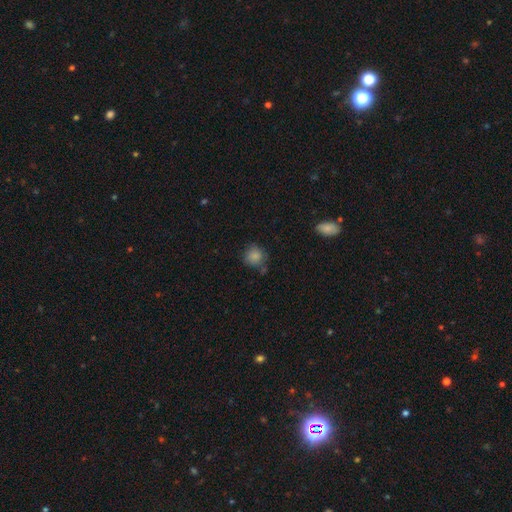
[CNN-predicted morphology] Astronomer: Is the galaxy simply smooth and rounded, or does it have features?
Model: smooth — 79%.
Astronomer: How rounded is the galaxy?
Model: round — 88%.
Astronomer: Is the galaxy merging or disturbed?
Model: none — 75%.